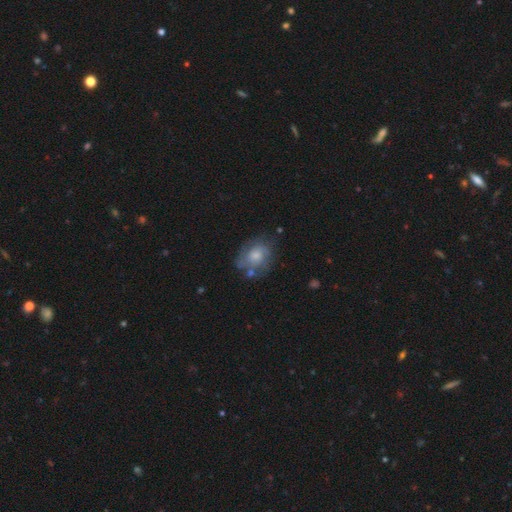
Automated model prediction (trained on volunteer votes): Overall: smooth (50%; featured or disk 42%). How rounded: in between (56%; round 43%). Merging: none (57%; minor disturbance 25%).